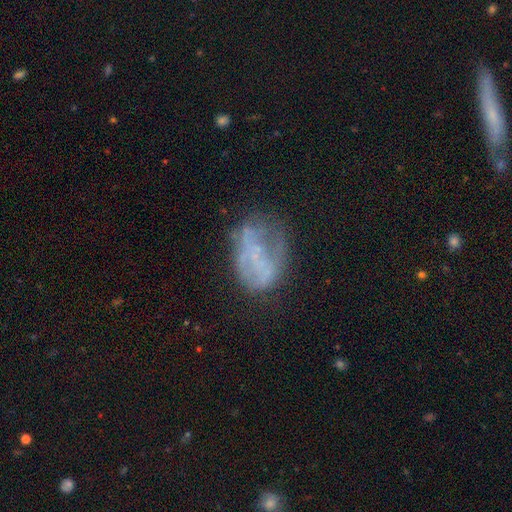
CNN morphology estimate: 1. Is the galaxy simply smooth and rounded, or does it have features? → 51% featured or disk, 33% smooth, 16% star or artifact.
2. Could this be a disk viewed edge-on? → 97% no, 3% yes.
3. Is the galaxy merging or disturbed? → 50% none, 23% major disturbance, 23% minor disturbance, 4% merger.